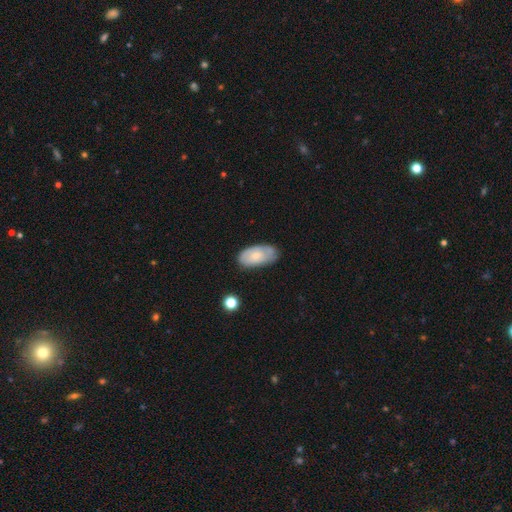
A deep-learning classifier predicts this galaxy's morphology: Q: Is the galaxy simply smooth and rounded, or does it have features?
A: smooth — 58%.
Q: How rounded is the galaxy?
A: in between — 93%.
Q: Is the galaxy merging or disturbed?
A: none — 65%.